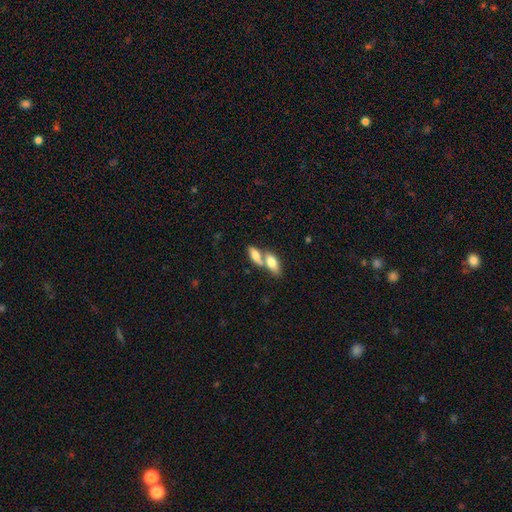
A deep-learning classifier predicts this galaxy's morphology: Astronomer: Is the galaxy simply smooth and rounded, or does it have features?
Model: smooth — 72%.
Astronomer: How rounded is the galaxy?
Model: in between — 78%.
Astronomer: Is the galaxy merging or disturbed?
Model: merger — 61%.